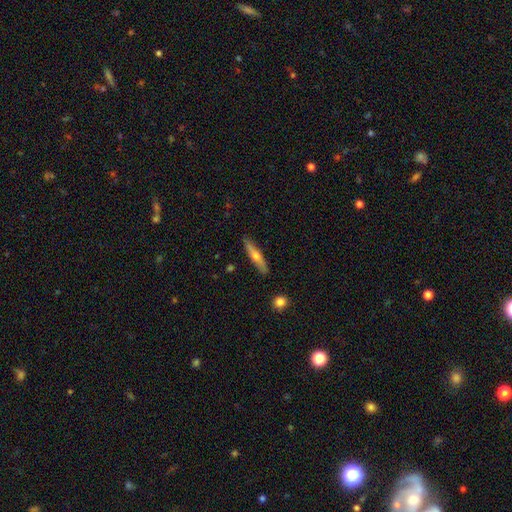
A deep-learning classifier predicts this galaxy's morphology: This appears to be a featured or disk galaxy (56%) viewed edge-on (93%) with a rounded central bulge (89%). Merging: none (88%).